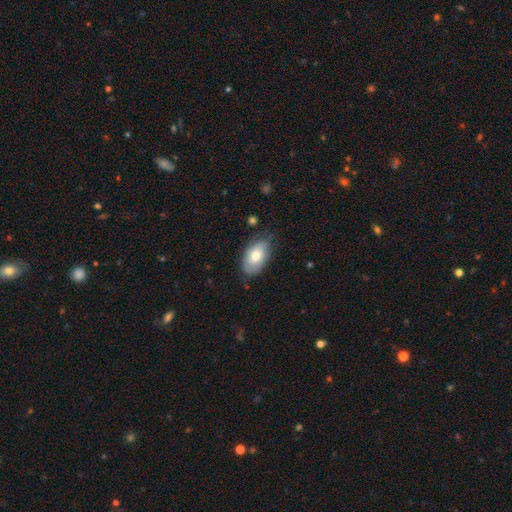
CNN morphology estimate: A smooth galaxy with no disk features (75%) that is in between round and cigar-shaped (93%). Merging: none (71%).